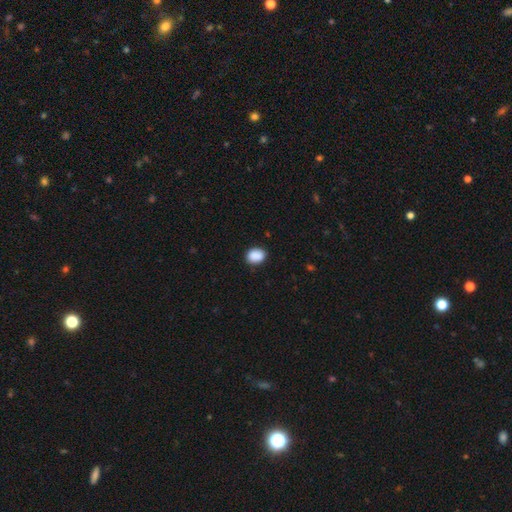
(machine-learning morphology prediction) Smooth or featured?
  - smooth: 89% *
  - star or artifact: 8%
  - featured or disk: 3%
How rounded?
  - in between: 58% *
  - round: 41%
  - cigar-shaped: 1%
Merging?
  - none: 86% *
  - minor disturbance: 10%
  - major disturbance: 2%
  - merger: 1%